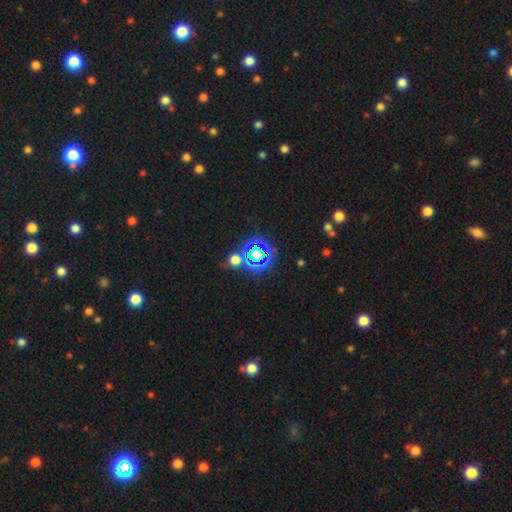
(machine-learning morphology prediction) smooth-or-featured: star or artifact: 70% | smooth: 20% | featured or disk: 9%